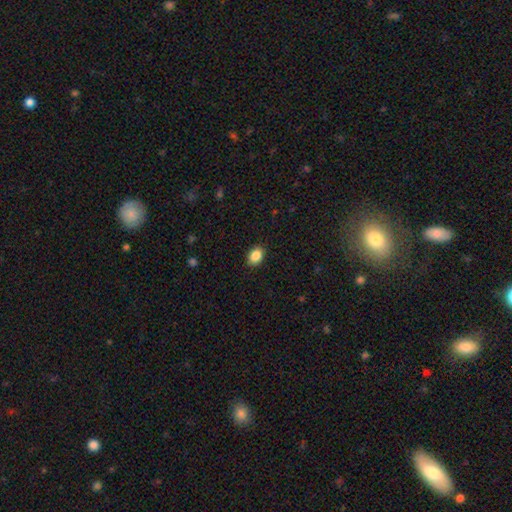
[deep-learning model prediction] This appears to be a smooth galaxy with no disk features (88%) that is in between round and cigar-shaped (74%). Merging: none (90%).